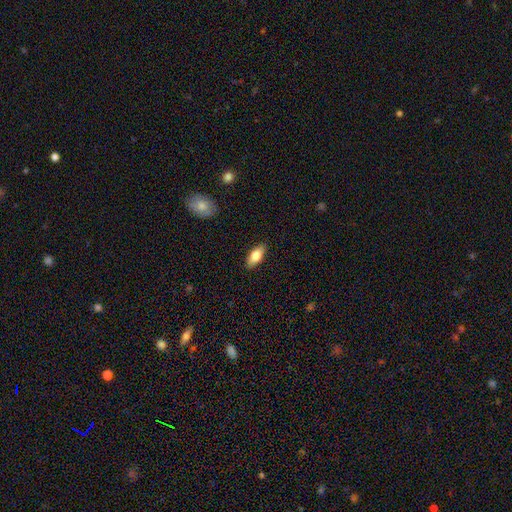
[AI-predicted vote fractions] Morphology: type=smooth (78%); roundness=in between (84%); merging=none (89%).